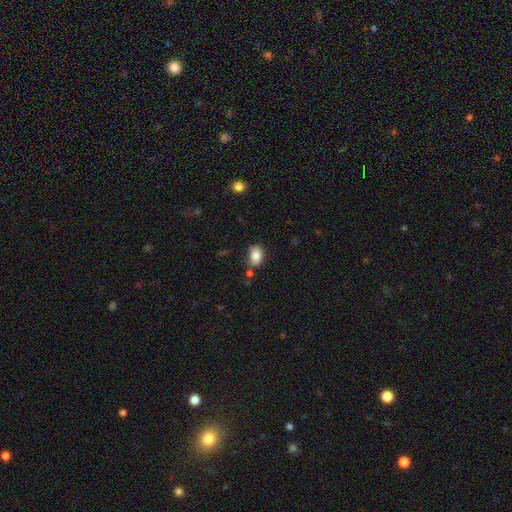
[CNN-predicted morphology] smooth 83%, featured or disk 9%, star or artifact 9%. Down the decision tree: how rounded — in between (81%); merging — none (67%).